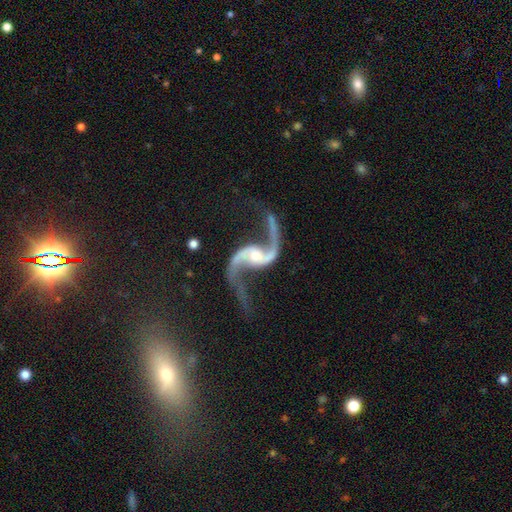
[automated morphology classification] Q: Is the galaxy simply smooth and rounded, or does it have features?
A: featured or disk — 94%.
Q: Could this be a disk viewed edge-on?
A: no — 98%.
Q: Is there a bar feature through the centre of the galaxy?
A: no — 46%.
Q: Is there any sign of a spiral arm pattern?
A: yes — 98%.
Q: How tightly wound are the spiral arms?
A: loose — 88%.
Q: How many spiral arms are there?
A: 2 — 95%.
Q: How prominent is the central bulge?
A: small — 50%.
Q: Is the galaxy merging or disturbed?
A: none — 70%.